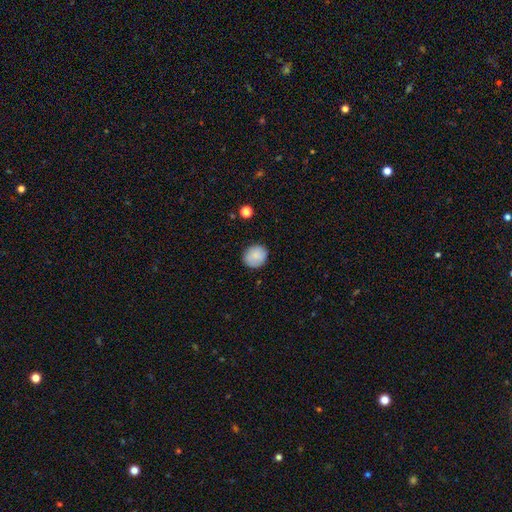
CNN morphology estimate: A smooth galaxy with no disk features (84%) that is round (84%). Merging: none (86%).